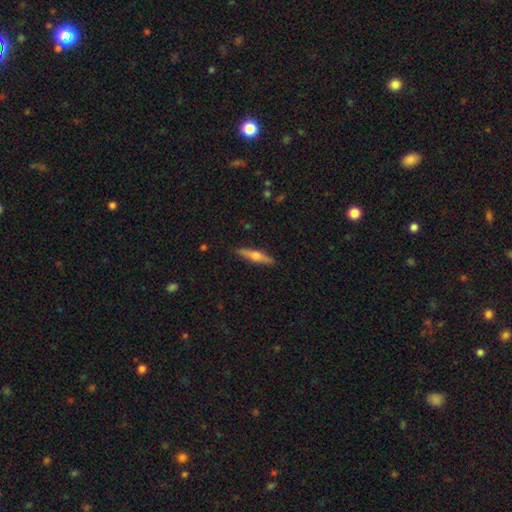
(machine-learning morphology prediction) Smooth or featured? Predicted: featured or disk (p=0.57). Edge-on disk? Predicted: yes (p=0.96). Edge-on bulge? Predicted: rounded (p=0.92). Merging? Predicted: none (p=0.90).